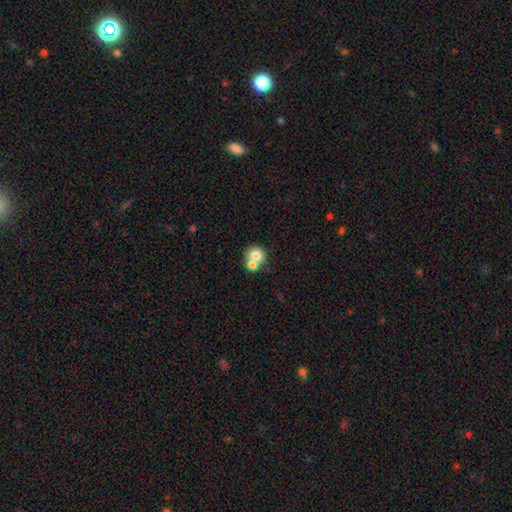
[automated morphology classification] Q: Smooth or featured?
A: smooth (74%); runner-up: featured or disk (16%)
Q: How rounded?
A: round (83%); runner-up: in between (16%)
Q: Merging?
A: merger (52%); runner-up: none (39%)